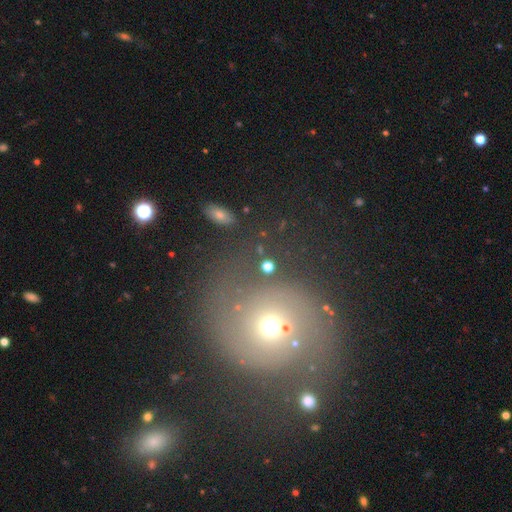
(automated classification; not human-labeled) smooth_or_featured: featured or disk (p=0.61) [alt: smooth p=0.23]
disk_edge_on: no (p=0.97) [alt: yes p=0.03]
bar: no (p=0.73) [alt: weak p=0.22]
has_spiral_arms: yes (p=0.82) [alt: no p=0.18]
bulge_size: moderate (p=0.52) [alt: small p=0.39]
merging: none (p=0.66) [alt: minor disturbance p=0.15]